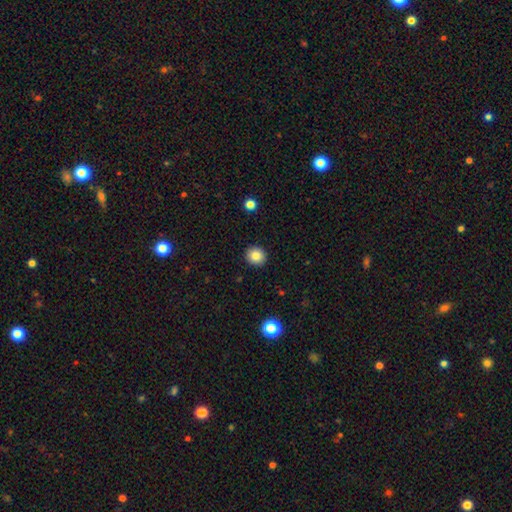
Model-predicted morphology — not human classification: Smooth or featured? smooth (85%)
How rounded? round (90%)
Merging? none (92%)